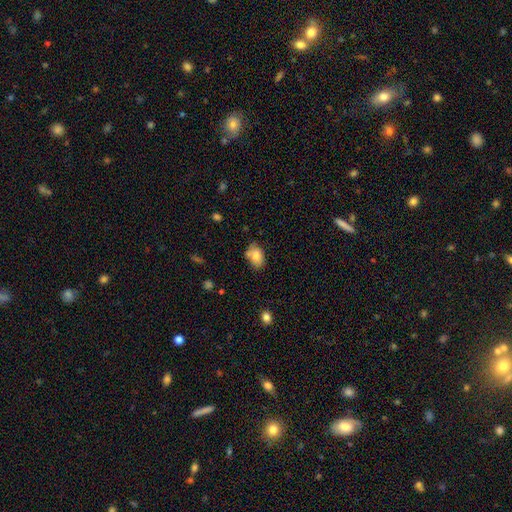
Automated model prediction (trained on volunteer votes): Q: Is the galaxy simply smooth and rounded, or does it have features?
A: smooth — 79%.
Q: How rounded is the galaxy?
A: in between — 83%.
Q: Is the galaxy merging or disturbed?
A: none — 59%.